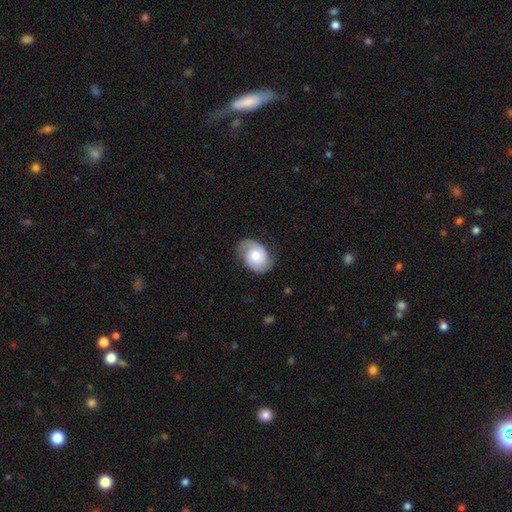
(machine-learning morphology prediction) Smooth or featured? Predicted: featured or disk (p=0.57). Edge-on disk? Predicted: no (p=0.97). Bar? Predicted: no (p=0.74). Spiral arms? Predicted: yes (p=0.87). Bulge size? Predicted: moderate (p=0.58). Merging? Predicted: none (p=0.69).